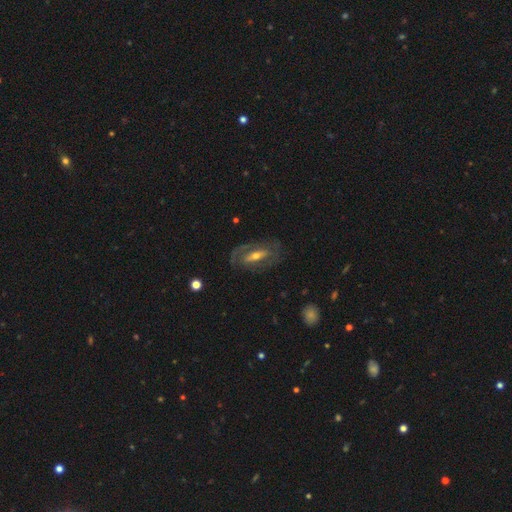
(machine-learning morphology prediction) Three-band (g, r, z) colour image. It shows a featured or disk galaxy (75%) with a strong bar (40%), spiral arms (75%) and a moderate central bulge (53%). Merging: none (74%).